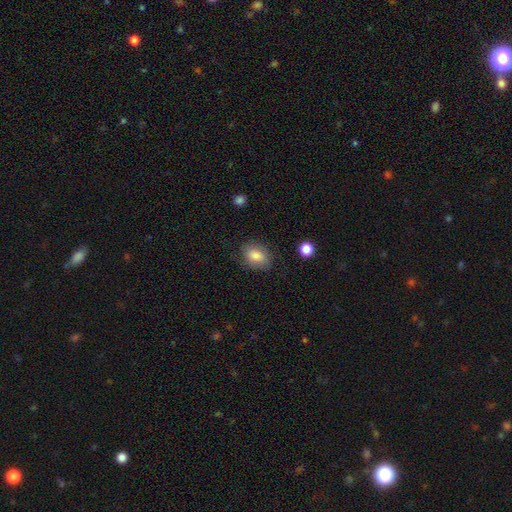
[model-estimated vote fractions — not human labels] Q: Smooth or featured?
A: smooth (83%); runner-up: featured or disk (9%)
Q: How rounded?
A: in between (69%); runner-up: round (30%)
Q: Merging?
A: none (78%); runner-up: minor disturbance (16%)